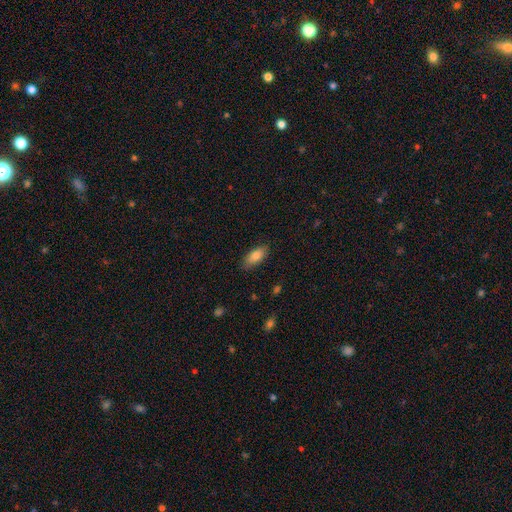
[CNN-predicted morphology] Q: Smooth or featured?
A: smooth (83%); runner-up: featured or disk (10%)
Q: How rounded?
A: in between (85%); runner-up: cigar-shaped (12%)
Q: Merging?
A: none (84%); runner-up: minor disturbance (13%)